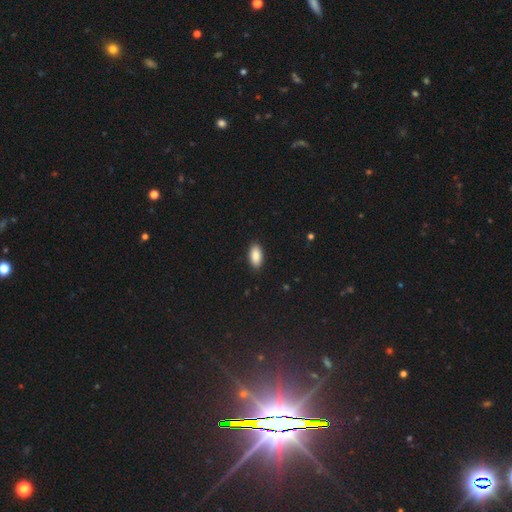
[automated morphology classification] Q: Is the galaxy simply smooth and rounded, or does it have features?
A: smooth — 88%.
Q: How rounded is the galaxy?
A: in between — 93%.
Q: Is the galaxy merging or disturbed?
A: none — 90%.